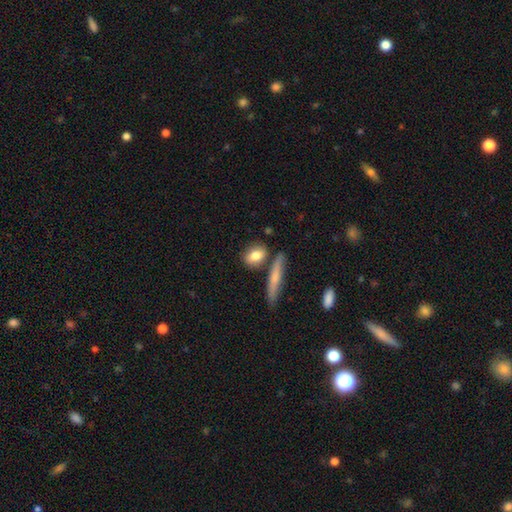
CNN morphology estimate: This is likely a smooth galaxy (80%). How rounded: likely in between (64%). Merging: likely none (70%).